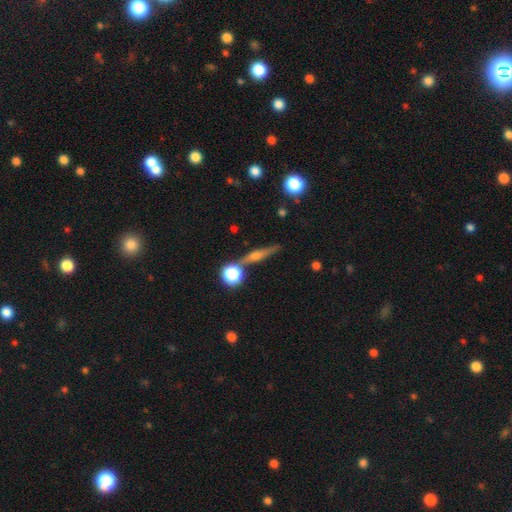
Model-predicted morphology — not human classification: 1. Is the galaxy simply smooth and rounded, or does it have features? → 63% featured or disk, 27% smooth, 10% star or artifact.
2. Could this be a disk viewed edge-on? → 94% yes, 6% no.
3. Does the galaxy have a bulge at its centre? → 86% rounded, 8% boxy, 7% none.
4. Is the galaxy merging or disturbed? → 76% none, 11% minor disturbance, 9% merger, 3% major disturbance.